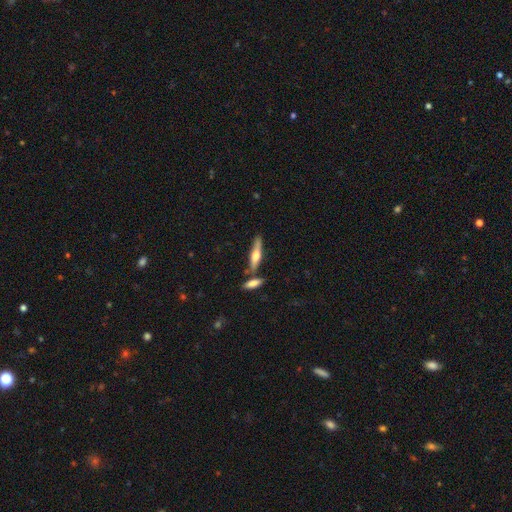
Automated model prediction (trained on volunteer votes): Morphology: type=featured or disk (51%); edge-on=yes (94%); merging=none (71%).